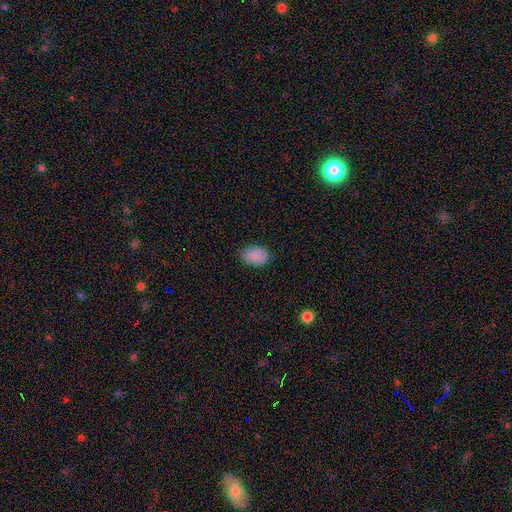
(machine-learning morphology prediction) Q: Smooth or featured?
A: smooth (87%); runner-up: star or artifact (8%)
Q: How rounded?
A: in between (81%); runner-up: round (18%)
Q: Merging?
A: none (81%); runner-up: minor disturbance (15%)